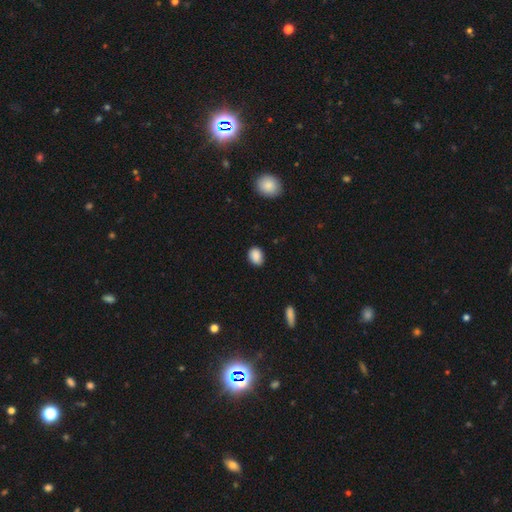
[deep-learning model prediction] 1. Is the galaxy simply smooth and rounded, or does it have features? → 88% smooth, 8% star or artifact, 3% featured or disk.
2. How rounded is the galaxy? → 65% in between, 34% round, 1% cigar-shaped.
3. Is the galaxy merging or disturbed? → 83% none, 14% minor disturbance, 3% major disturbance, 1% merger.